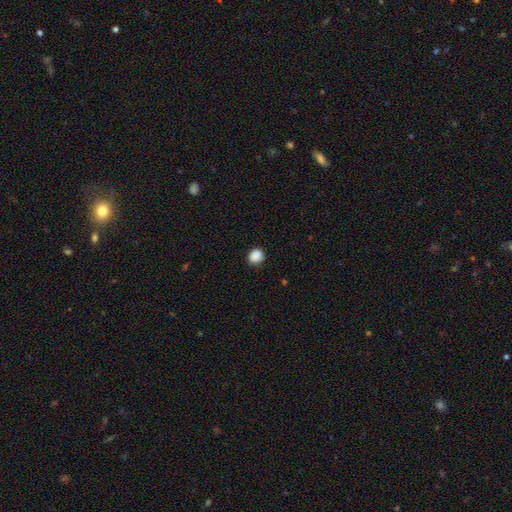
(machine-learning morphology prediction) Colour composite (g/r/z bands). It shows a smooth galaxy with no disk features (88%) that is round (80%). Merging: none (87%).